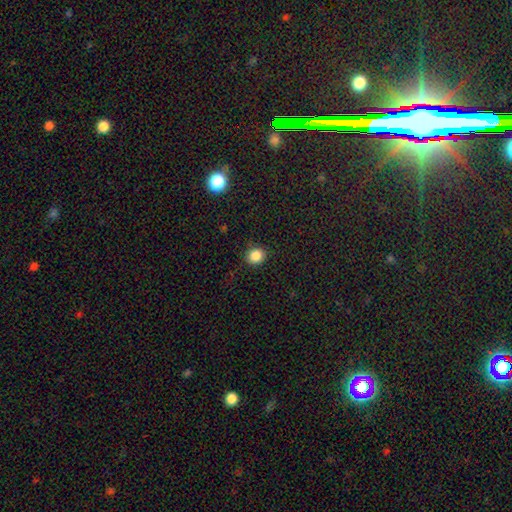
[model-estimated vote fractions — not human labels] A smooth galaxy with no disk features (86%) that is round (79%).

Vote fractions:
- Smooth or featured? smooth: 86% / star or artifact: 11% / featured or disk: 3%
- How rounded? round: 79% / in between: 20% / cigar-shaped: 1%
- Merging? none: 89% / minor disturbance: 8% / major disturbance: 2% / merger: 1%